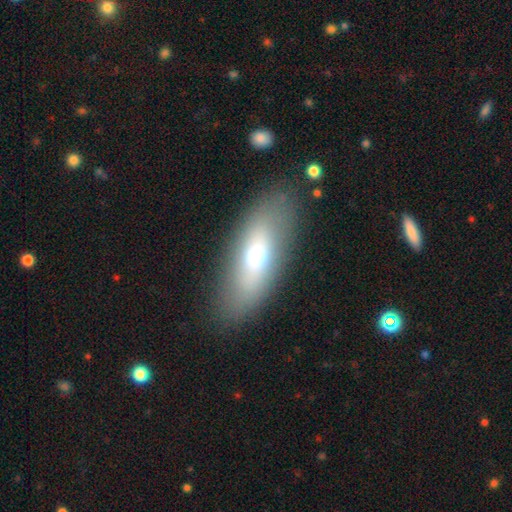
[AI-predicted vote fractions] smooth 57%, featured or disk 34%, star or artifact 8%. Down the decision tree: how rounded — in between (70%); merging — none (84%).